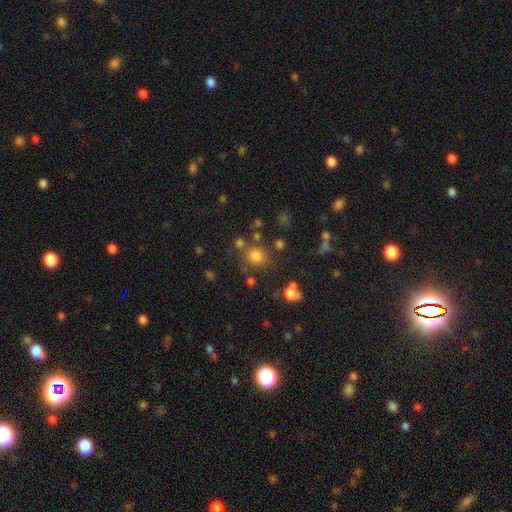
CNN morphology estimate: This appears to be a smooth galaxy with no disk features (76%) that is round (82%). Merging: none (71%).